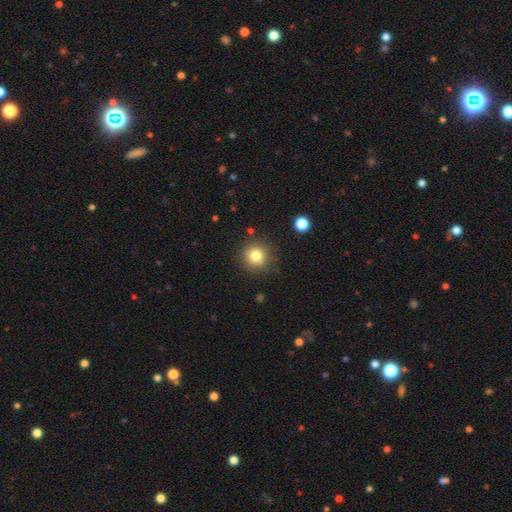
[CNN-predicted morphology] smooth 80%, star or artifact 12%, featured or disk 8%. Down the decision tree: how rounded — round (92%); merging — none (86%).